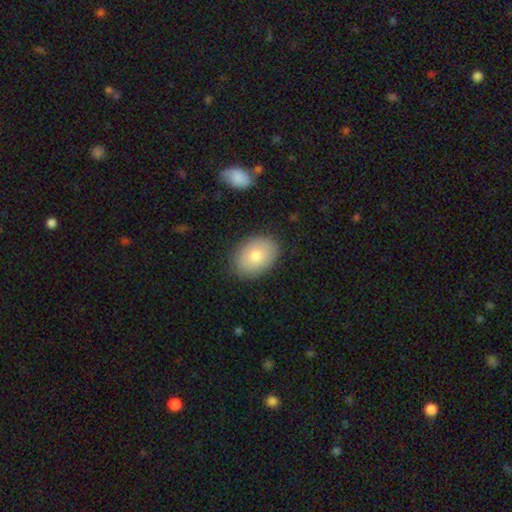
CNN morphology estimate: A smooth galaxy with no disk features (79%) that is in between round and cigar-shaped (78%).

Vote fractions:
- Smooth or featured? smooth: 79% / featured or disk: 14% / star or artifact: 7%
- How rounded? in between: 78% / round: 21% / cigar-shaped: 1%
- Merging? none: 86% / minor disturbance: 11% / major disturbance: 2% / merger: 1%